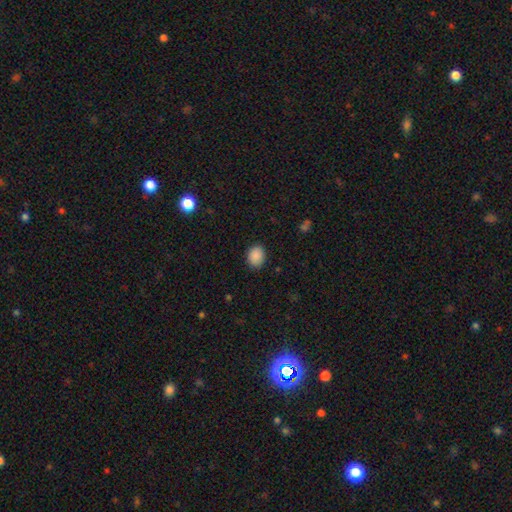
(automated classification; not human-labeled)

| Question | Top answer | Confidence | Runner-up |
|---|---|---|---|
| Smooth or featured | smooth | 89% | star or artifact (8%) |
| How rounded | in between | 53% | round (46%) |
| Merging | none | 88% | minor disturbance (9%) |